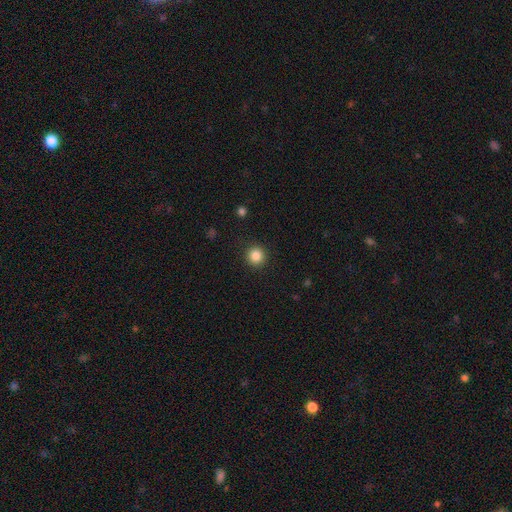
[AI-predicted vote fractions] smooth_or_featured: smooth (p=0.85) [alt: star or artifact p=0.11]
how_rounded: round (p=0.95) [alt: in between p=0.04]
merging: none (p=0.91) [alt: minor disturbance p=0.05]